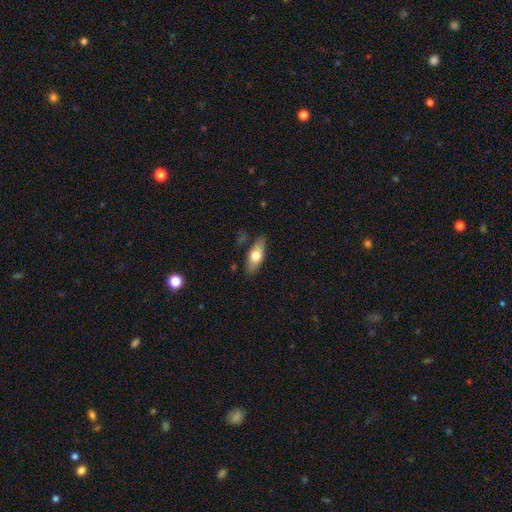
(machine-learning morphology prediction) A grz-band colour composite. It shows a smooth galaxy with no disk features (67%) that is in between round and cigar-shaped (73%). Merging: none (83%).